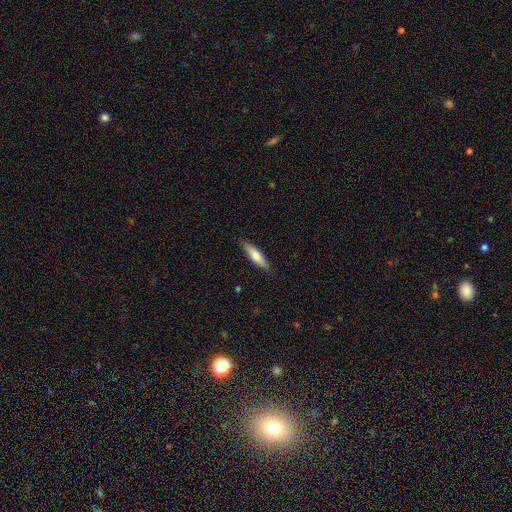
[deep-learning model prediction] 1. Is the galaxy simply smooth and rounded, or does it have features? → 71% smooth, 24% featured or disk, 5% star or artifact.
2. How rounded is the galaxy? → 68% cigar-shaped, 30% in between, 2% round.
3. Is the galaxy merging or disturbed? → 86% none, 11% minor disturbance, 2% major disturbance, 1% merger.